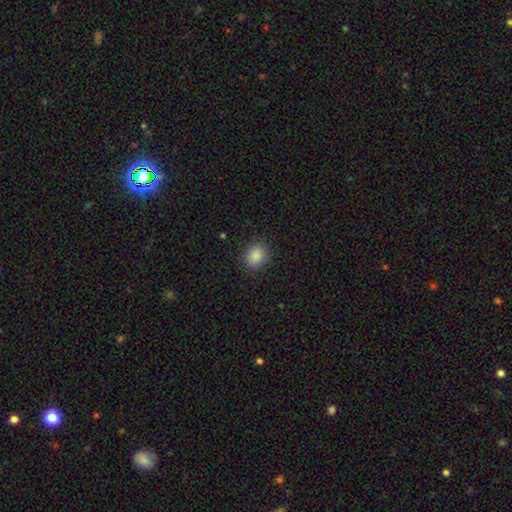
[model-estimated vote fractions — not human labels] smooth_or_featured: smooth (p=0.88) [alt: star or artifact p=0.09]
how_rounded: round (p=0.59) [alt: in between p=0.40]
merging: none (p=0.88) [alt: minor disturbance p=0.08]